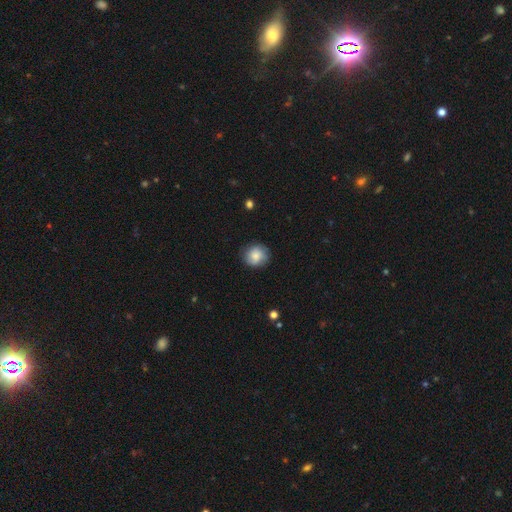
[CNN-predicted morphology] smooth_or_featured: smooth (p=0.74) [alt: featured or disk p=0.19]
how_rounded: round (p=0.84) [alt: in between p=0.15]
merging: none (p=0.79) [alt: minor disturbance p=0.15]